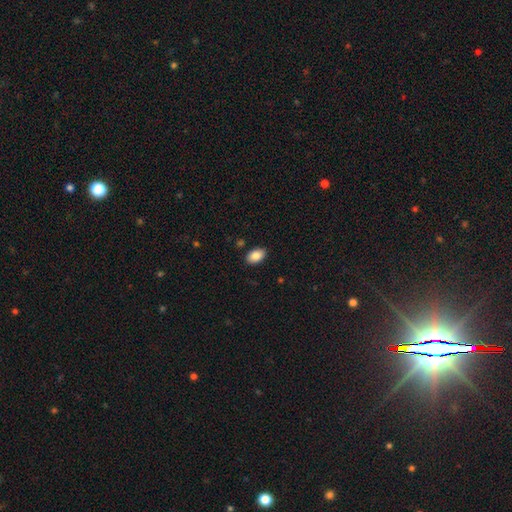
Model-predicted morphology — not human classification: The model was most divided on "smooth or featured": smooth: 87%, star or artifact: 7%, featured or disk: 5%. More confident: how rounded — in between (90%); merging — none (88%).